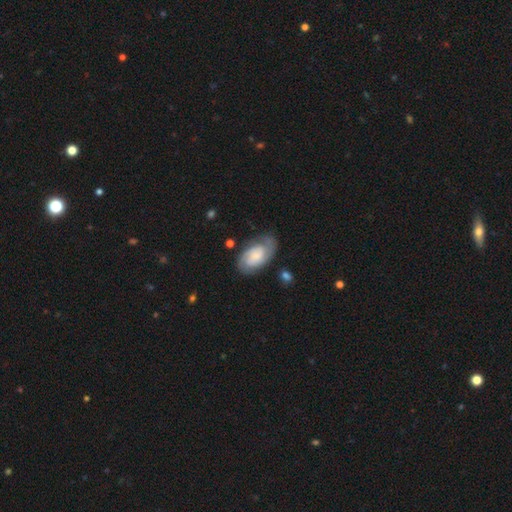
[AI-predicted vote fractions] Morphology: type=featured or disk (68%); edge-on=no (97%); bar=no (63%); spiral arms=yes (92%); winding=tight (52%); arm count=2 (69%); bulge=small (33%); merging=none (67%).